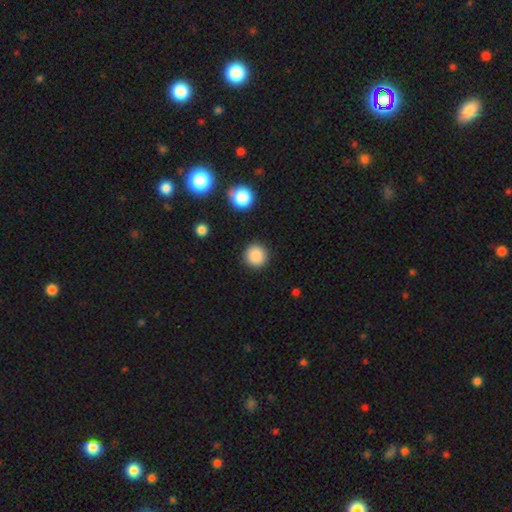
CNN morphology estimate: Smooth or featured? Predicted: smooth (p=0.88). How rounded? Predicted: round (p=0.95). Merging? Predicted: none (p=0.91).